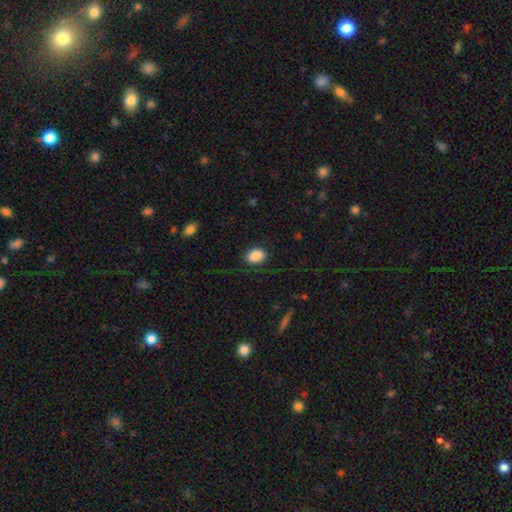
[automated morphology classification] Overall: smooth (89%). How rounded: in between (77%). Merging: none (87%).